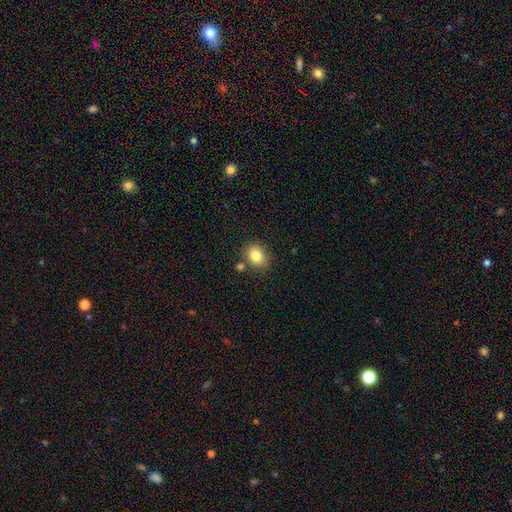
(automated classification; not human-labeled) smooth_or_featured: smooth (p=0.82) [alt: star or artifact p=0.10]
how_rounded: round (p=0.54) [alt: in between p=0.46]
merging: none (p=0.76) [alt: minor disturbance p=0.12]